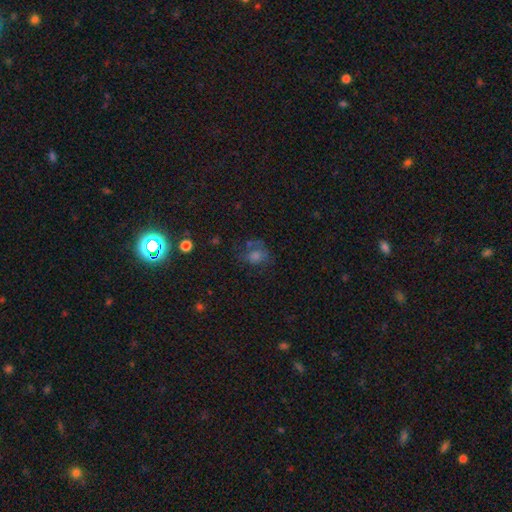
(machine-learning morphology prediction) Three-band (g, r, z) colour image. It shows a smooth galaxy with no disk features (47%). Merging: none (51%).